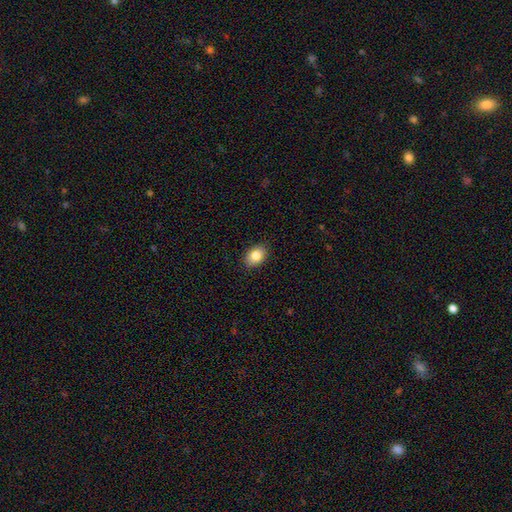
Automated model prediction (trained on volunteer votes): This is clearly a smooth galaxy (84%). How rounded: likely in between (76%). Merging: clearly none (89%).